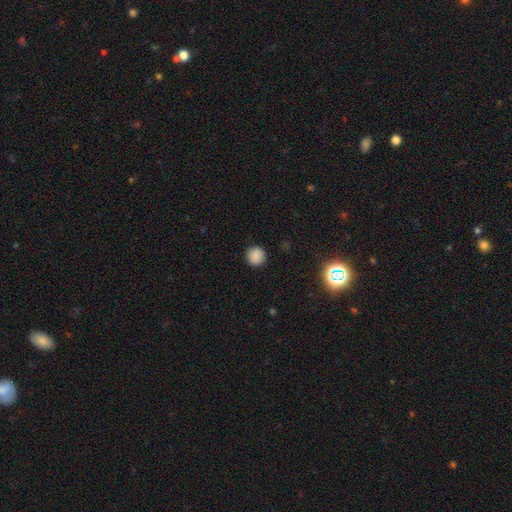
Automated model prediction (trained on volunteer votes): Smooth or featured?
  - smooth: 85% *
  - star or artifact: 10%
  - featured or disk: 5%
How rounded?
  - round: 94% *
  - in between: 5%
  - cigar-shaped: 1%
Merging?
  - none: 90% *
  - minor disturbance: 7%
  - major disturbance: 2%
  - merger: 1%